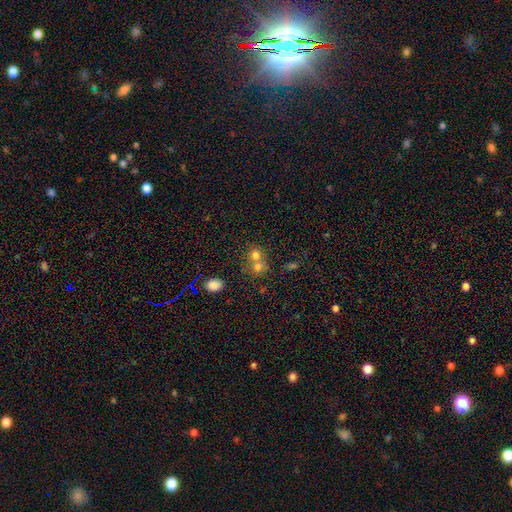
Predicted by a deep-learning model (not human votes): Smooth or featured? smooth (72%)
How rounded? round (77%)
Merging? merger (56%)